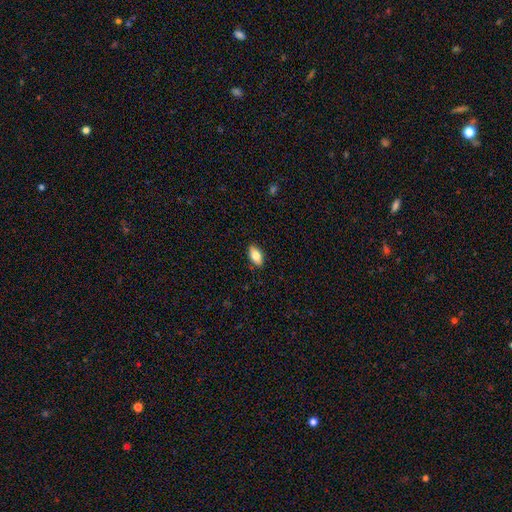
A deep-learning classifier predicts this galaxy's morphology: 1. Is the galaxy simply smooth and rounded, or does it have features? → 78% smooth, 15% featured or disk, 7% star or artifact.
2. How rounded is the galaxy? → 90% in between, 6% cigar-shaped, 4% round.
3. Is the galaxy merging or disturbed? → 88% none, 9% minor disturbance, 2% major disturbance, 1% merger.